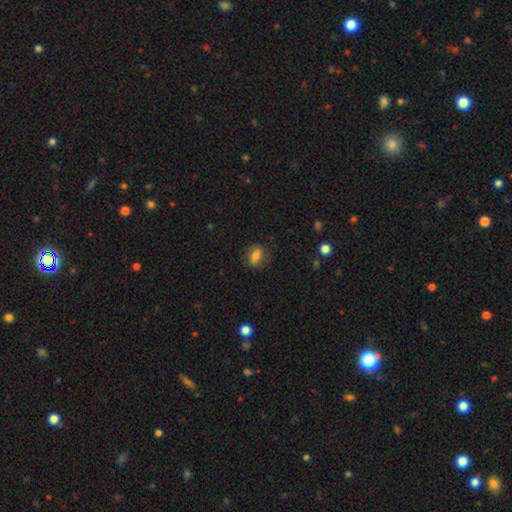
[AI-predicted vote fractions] A smooth galaxy with no disk features (80%) that is in between round and cigar-shaped (79%). Merging: none (76%).